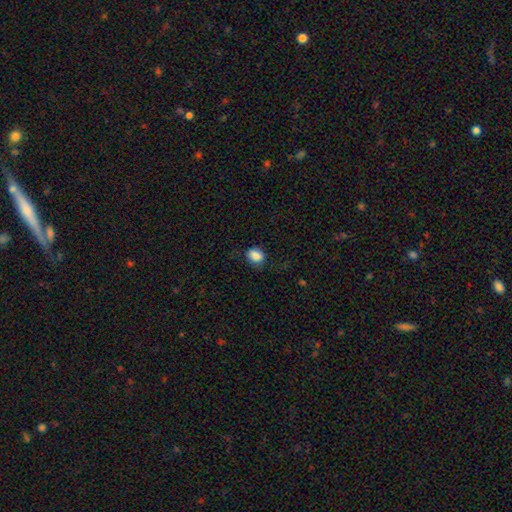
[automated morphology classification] Smooth or featured? Predicted: smooth (p=0.86). How rounded? Predicted: in between (p=0.63). Merging? Predicted: none (p=0.67).